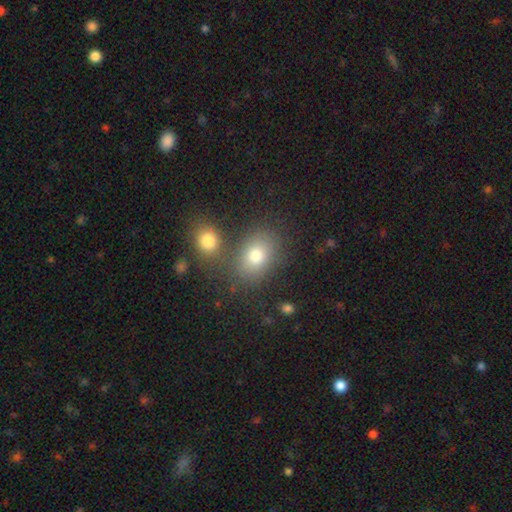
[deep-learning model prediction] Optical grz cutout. It shows a smooth galaxy with no disk features (76%) that is in between round and cigar-shaped (67%). Merging: none (67%).